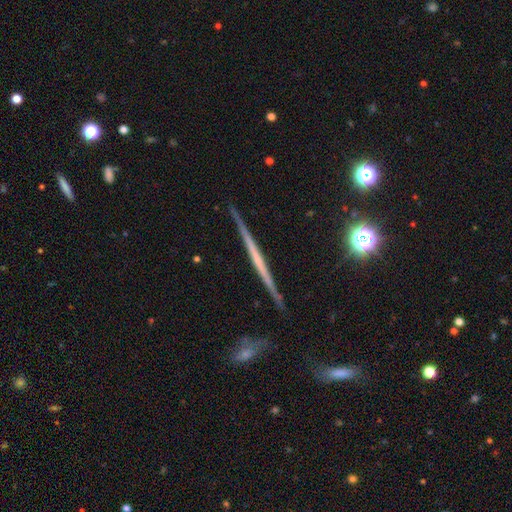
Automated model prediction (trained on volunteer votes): featured or disk 69%, smooth 22%, star or artifact 8%. Down the decision tree: edge-on disk — yes (98%); edge-on bulge — none (83%); merging — none (90%).